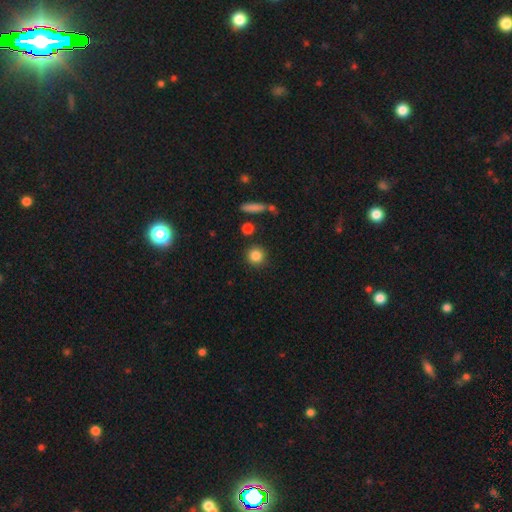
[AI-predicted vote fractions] Q: Smooth or featured?
A: smooth (85%); runner-up: star or artifact (10%)
Q: How rounded?
A: round (92%); runner-up: in between (7%)
Q: Merging?
A: none (87%); runner-up: minor disturbance (7%)